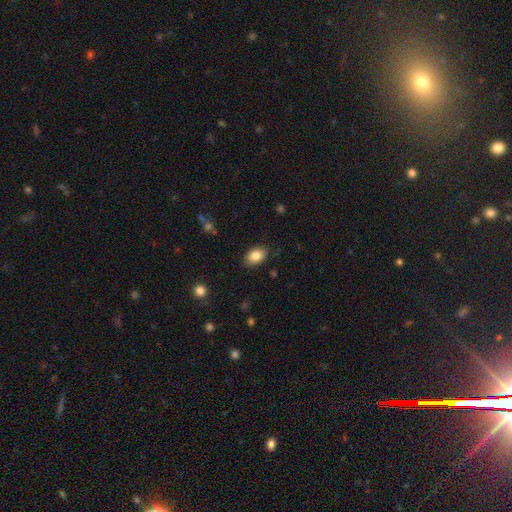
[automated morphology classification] Smooth or featured?
  - smooth: 85% *
  - star or artifact: 8%
  - featured or disk: 7%
How rounded?
  - in between: 84% *
  - round: 15%
  - cigar-shaped: 1%
Merging?
  - none: 86% *
  - minor disturbance: 11%
  - major disturbance: 3%
  - merger: 1%